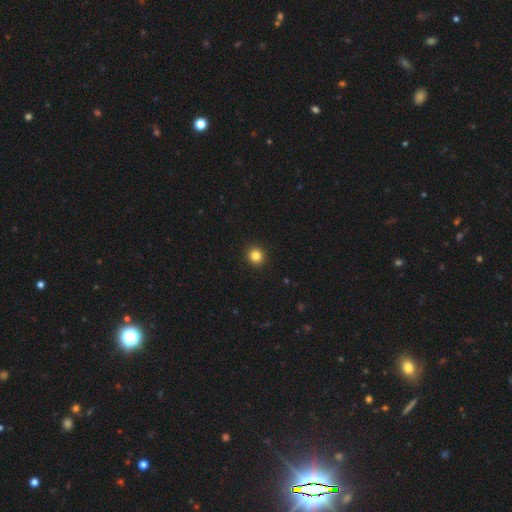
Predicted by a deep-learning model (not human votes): Smooth or featured: smooth — 84% (star or artifact — 12%)
How rounded: round — 92% (in between — 7%)
Merging: none — 93% (minor disturbance — 4%)